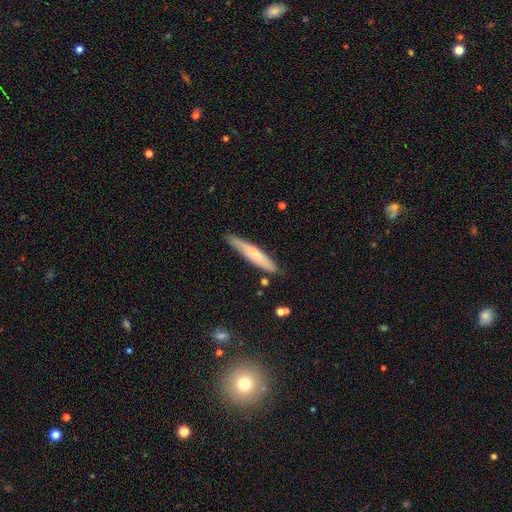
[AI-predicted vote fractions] This is possibly a smooth galaxy (58%). How rounded: clearly cigar-shaped (92%). Merging: clearly none (83%).